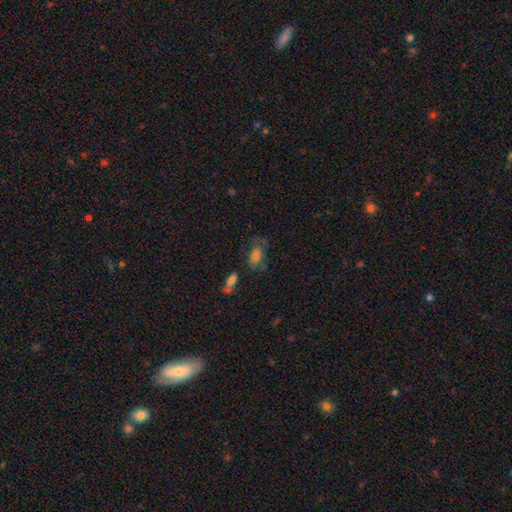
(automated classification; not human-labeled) Smooth or featured? Predicted: smooth (p=0.50). How rounded? Predicted: in between (p=0.81). Merging? Predicted: none (p=0.45).